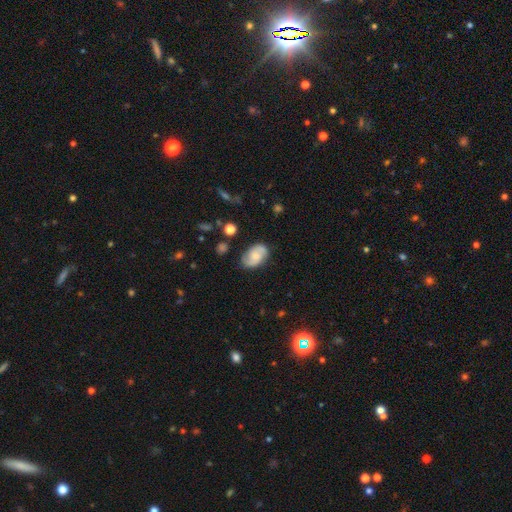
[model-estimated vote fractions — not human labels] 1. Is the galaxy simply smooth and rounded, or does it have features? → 60% featured or disk, 33% smooth, 8% star or artifact.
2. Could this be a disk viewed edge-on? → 97% no, 3% yes.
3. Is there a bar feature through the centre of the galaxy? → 60% no, 35% weak, 6% strong.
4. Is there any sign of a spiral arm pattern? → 91% yes, 9% no.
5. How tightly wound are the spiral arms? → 46% medium, 27% tight, 26% loose.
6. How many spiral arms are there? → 86% 2, 8% can't tell, 3% 1, 2% 3, 1% 4, 1% more than 4.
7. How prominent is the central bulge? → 39% small, 35% moderate, 18% none, 6% large, 2% dominant.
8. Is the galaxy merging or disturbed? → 76% none, 17% minor disturbance, 4% major disturbance, 2% merger.